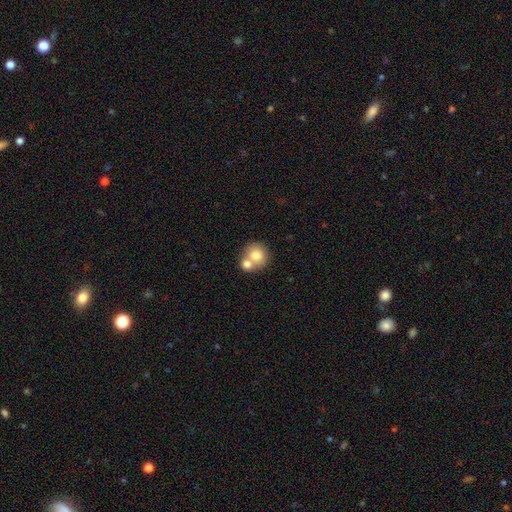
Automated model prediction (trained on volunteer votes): smooth 74%, featured or disk 17%, star or artifact 9%. Down the decision tree: how rounded — round (85%); merging — merger (51%).